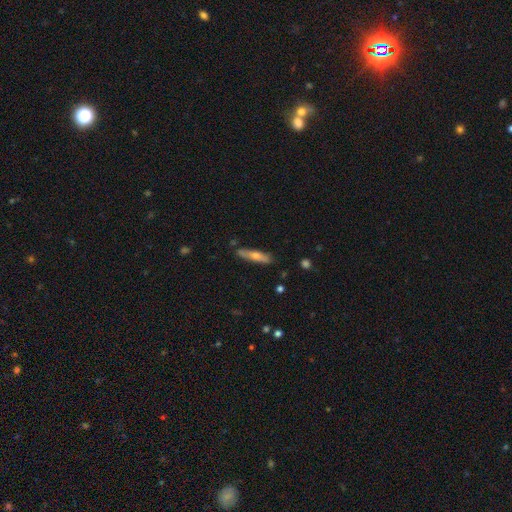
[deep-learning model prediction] Smooth or featured? Predicted: smooth (p=0.46, tied with featured or disk). Merging? Predicted: none (p=0.84).